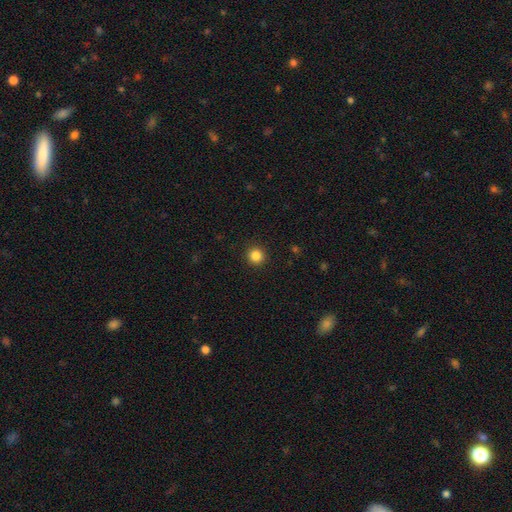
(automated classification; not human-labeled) The model was most divided on "smooth or featured": smooth: 85%, star or artifact: 12%, featured or disk: 4%. More confident: how rounded — round (95%); merging — none (93%).